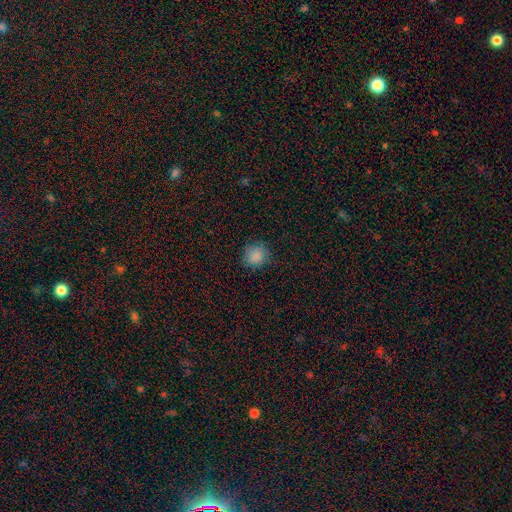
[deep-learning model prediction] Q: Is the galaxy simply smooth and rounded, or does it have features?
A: smooth — 84%.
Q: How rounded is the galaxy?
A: round — 85%.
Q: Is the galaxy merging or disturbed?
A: none — 78%.